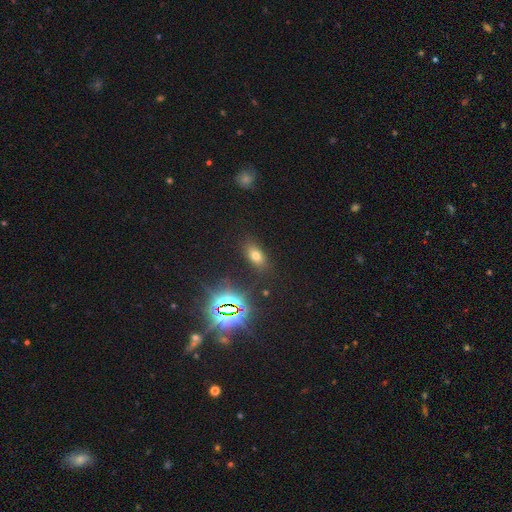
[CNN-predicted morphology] smooth-or-featured: smooth: 60% | star or artifact: 29% | featured or disk: 11%
  how-rounded: in between: 84% | round: 10% | cigar-shaped: 6%
  merging: none: 85% | minor disturbance: 10% | major disturbance: 4% | merger: 2%